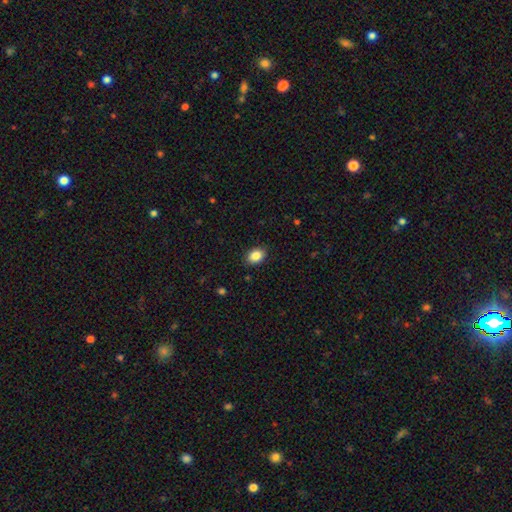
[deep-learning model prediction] Smooth or featured: smooth — 87% (star or artifact — 8%)
How rounded: in between — 73% (round — 26%)
Merging: none — 88% (minor disturbance — 9%)